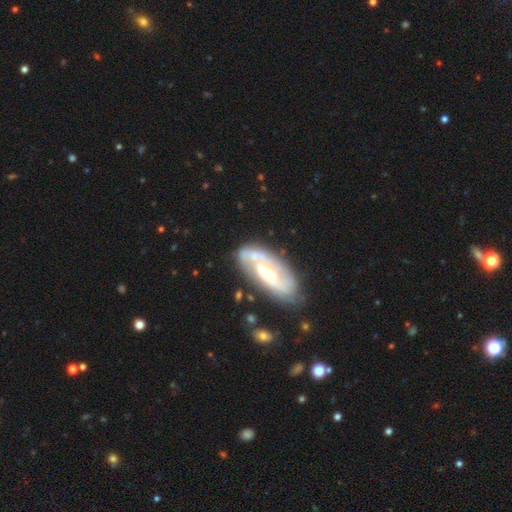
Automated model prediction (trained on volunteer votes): smooth-or-featured: featured or disk: 71% | smooth: 23% | star or artifact: 6%
  disk-edge-on: no: 91% | yes: 9%
    bar: no: 61% | weak: 29% | strong: 10%
    has-spiral-arms: yes: 71% | no: 29%
    bulge-size: moderate: 50% | small: 36% | large: 9% | none: 3% | dominant: 2%
  merging: none: 60% | minor disturbance: 21% | major disturbance: 12% | merger: 7%